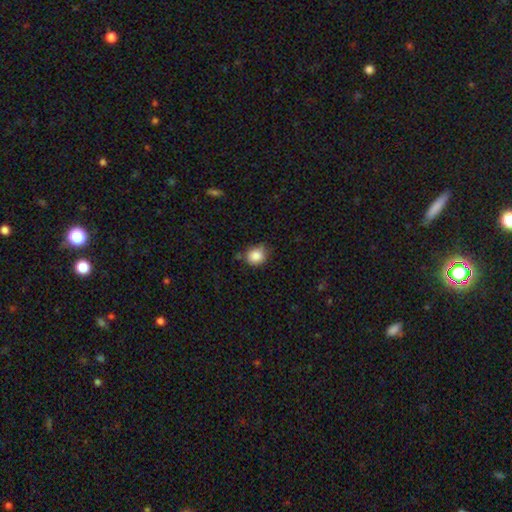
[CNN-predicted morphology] smooth-or-featured: smooth: 86% | star or artifact: 9% | featured or disk: 5%
  how-rounded: round: 72% | in between: 27% | cigar-shaped: 1%
  merging: none: 66% | minor disturbance: 26% | major disturbance: 5% | merger: 4%